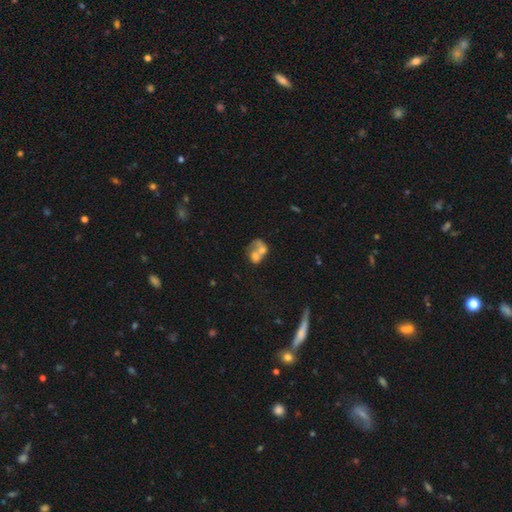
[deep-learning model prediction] The model was most divided on "how rounded": in between: 52%, round: 47%, cigar-shaped: 1%. More confident: merging — merger (75%); smooth or featured — smooth (52%).